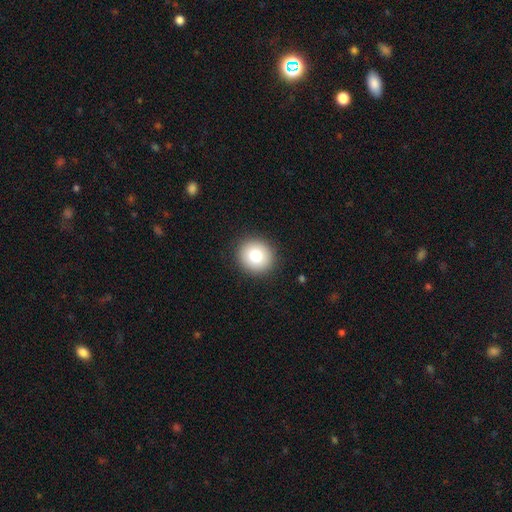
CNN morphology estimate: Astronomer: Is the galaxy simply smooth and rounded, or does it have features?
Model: smooth — 84%.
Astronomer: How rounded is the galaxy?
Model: round — 84%.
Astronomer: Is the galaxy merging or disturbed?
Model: none — 91%.